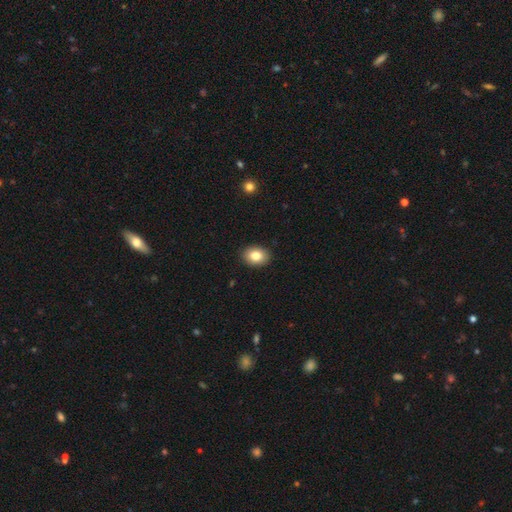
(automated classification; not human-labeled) smooth 83%, featured or disk 9%, star or artifact 9%. Down the decision tree: how rounded — in between (65%); merging — none (90%).